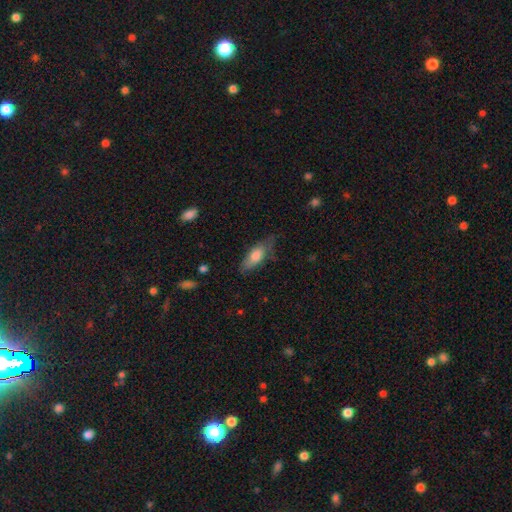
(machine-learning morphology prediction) A smooth galaxy with no disk features (72%) that is in between round and cigar-shaped (70%). Merging: none (58%).